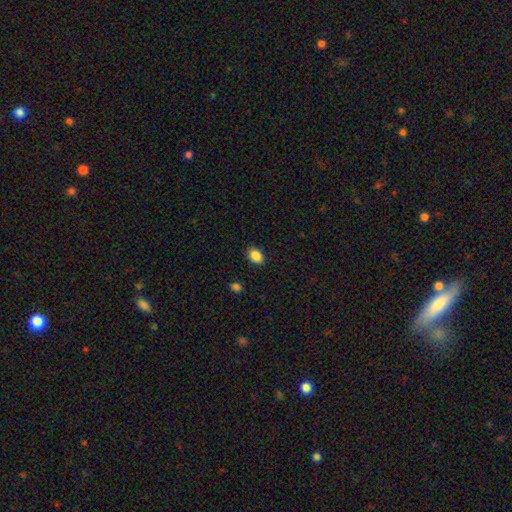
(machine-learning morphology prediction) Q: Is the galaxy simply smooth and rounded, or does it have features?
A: smooth — 88%.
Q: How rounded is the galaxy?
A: in between — 72%.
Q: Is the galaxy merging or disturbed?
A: none — 90%.